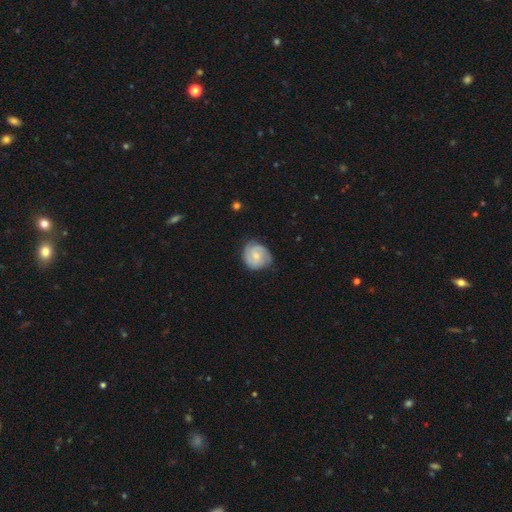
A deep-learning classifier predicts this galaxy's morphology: The model was most divided on "smooth or featured": featured or disk: 55%, smooth: 38%, star or artifact: 6%. More confident: edge-on disk — no (98%); spiral arms — yes (89%); merging — none (69%); bar — no (60%); bulge size — small (56%).